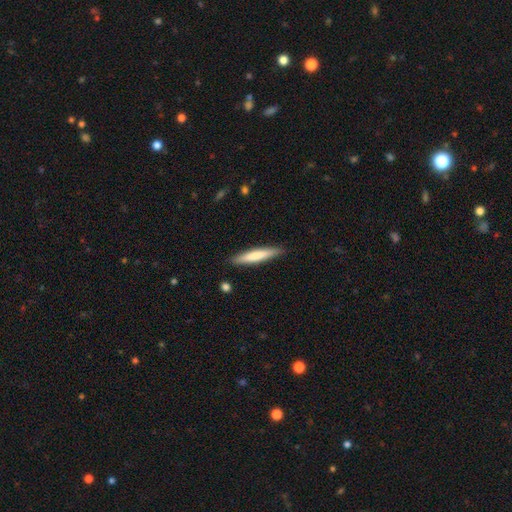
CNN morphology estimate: A smooth galaxy with no disk features (70%) that is cigar-shaped (92%). Merging: none (89%).